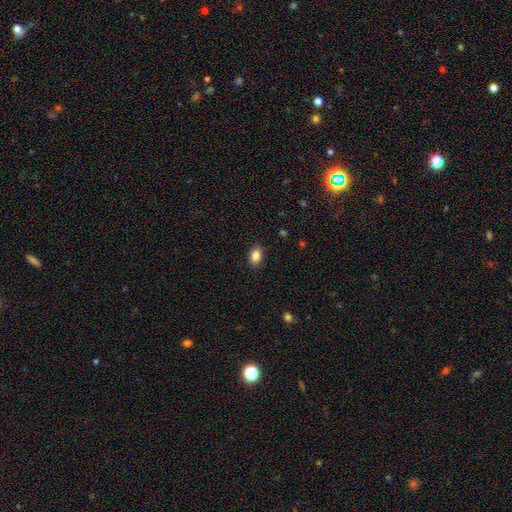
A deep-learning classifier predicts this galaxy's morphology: Smooth or featured: smooth — 85% (star or artifact — 9%)
How rounded: in between — 78% (round — 21%)
Merging: none — 88% (minor disturbance — 9%)